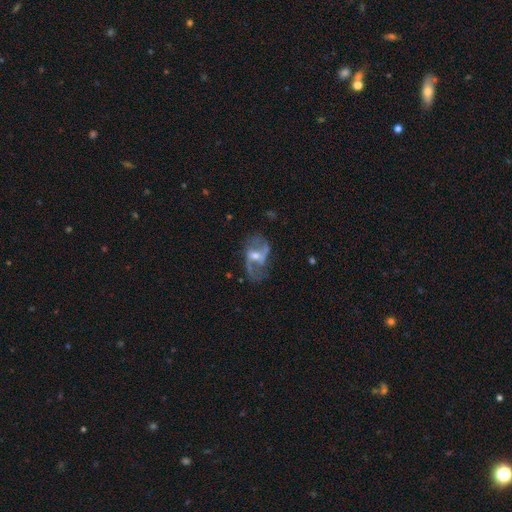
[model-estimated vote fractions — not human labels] This appears to be a featured or disk galaxy (81%) with a weak bar (46%), 2 (85%) loose (60%) spiral arms (87%) and a moderate central bulge (59%). Merging: none (61%).